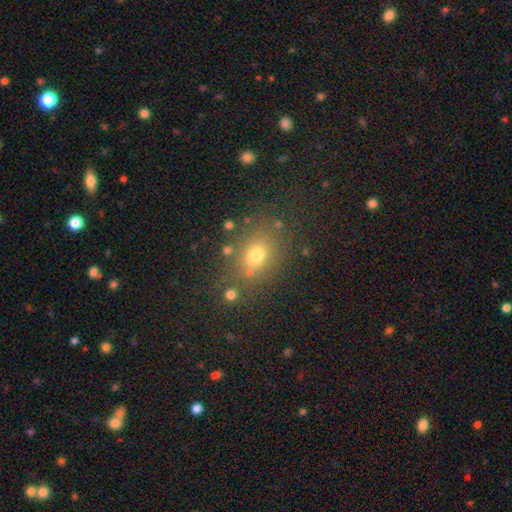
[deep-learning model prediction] Smooth or featured? smooth (71%)
How rounded? in between (59%)
Merging? none (75%)